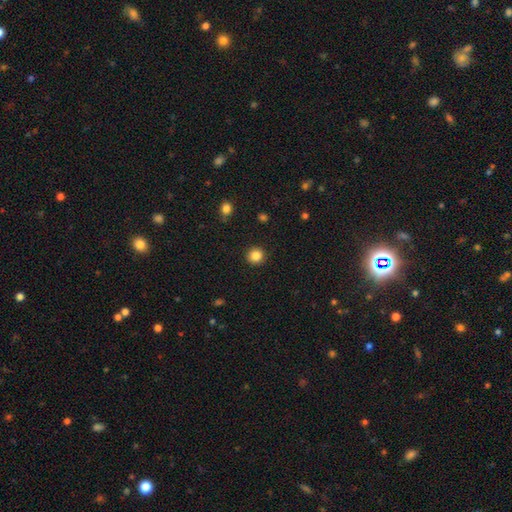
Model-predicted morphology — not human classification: Smooth or featured? Predicted: smooth (p=0.85). How rounded? Predicted: round (p=0.93). Merging? Predicted: none (p=0.91).